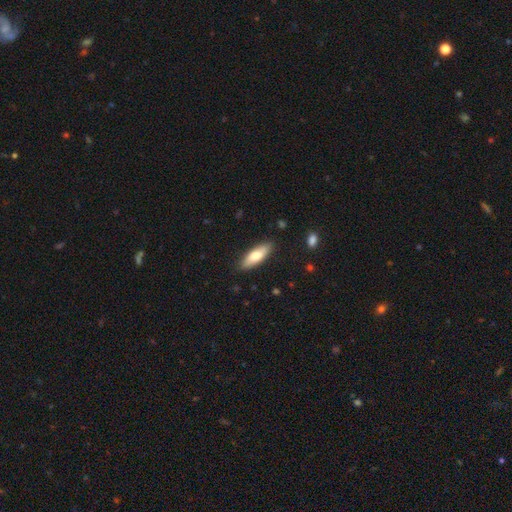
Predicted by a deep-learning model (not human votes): Morphology: type=smooth (74%); roundness=in between (57%); merging=none (87%).